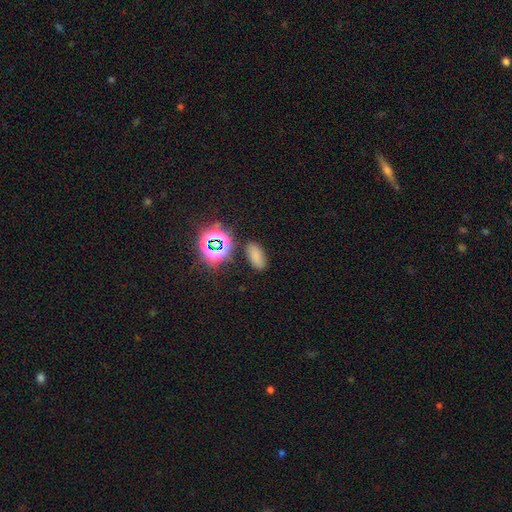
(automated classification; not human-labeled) Smooth or featured? smooth (69%)
How rounded? in between (87%)
Merging? none (81%)